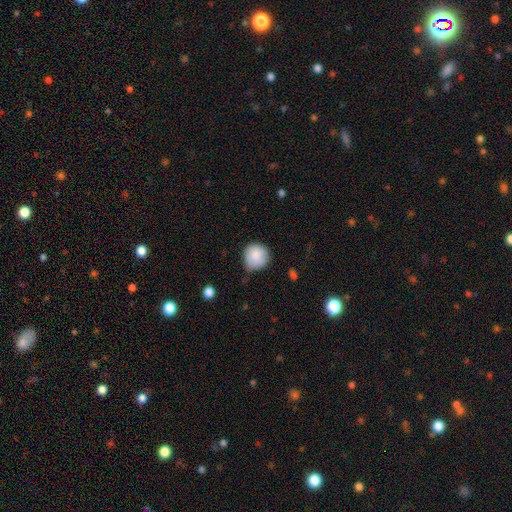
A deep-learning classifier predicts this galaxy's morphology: smooth 86%, star or artifact 7%, featured or disk 6%. Down the decision tree: how rounded — round (93%); merging — none (64%).